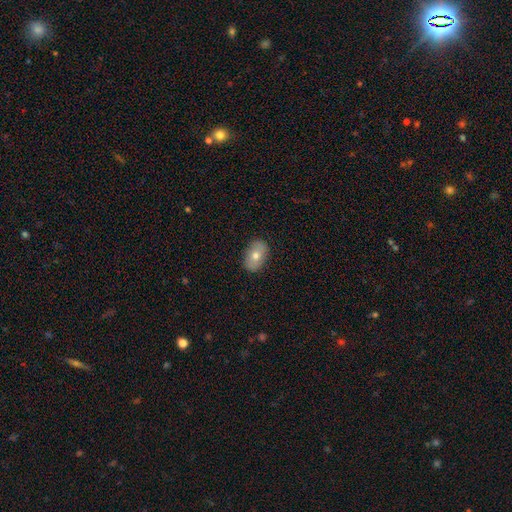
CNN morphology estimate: This appears to be a smooth galaxy with no disk features (69%) that is in between round and cigar-shaped (86%). Merging: none (87%).